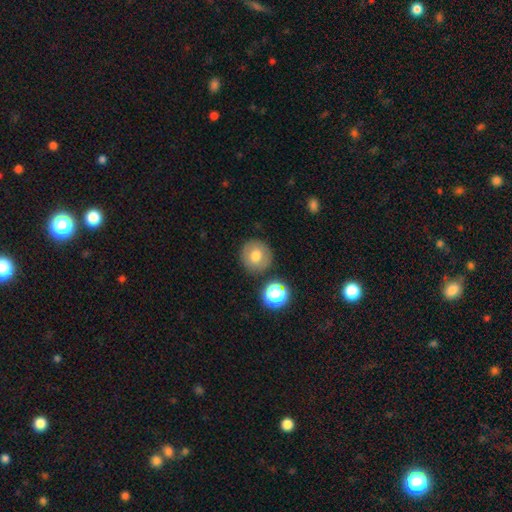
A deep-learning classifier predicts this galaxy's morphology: A smooth galaxy with no disk features (73%) that is round (93%).

Vote fractions:
- Smooth or featured? smooth: 73% / featured or disk: 16% / star or artifact: 11%
- How rounded? round: 93% / in between: 6% / cigar-shaped: 1%
- Merging? none: 84% / minor disturbance: 8% / merger: 4% / major disturbance: 3%